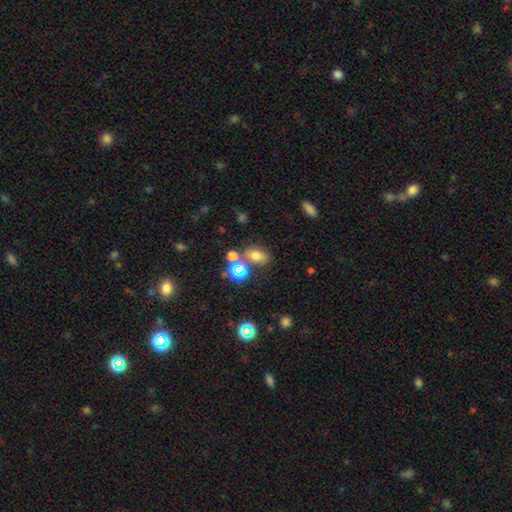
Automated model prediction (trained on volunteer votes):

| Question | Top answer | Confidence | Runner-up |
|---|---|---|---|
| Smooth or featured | smooth | 67% | star or artifact (23%) |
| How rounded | in between | 73% | round (25%) |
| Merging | none | 63% | merger (19%) |